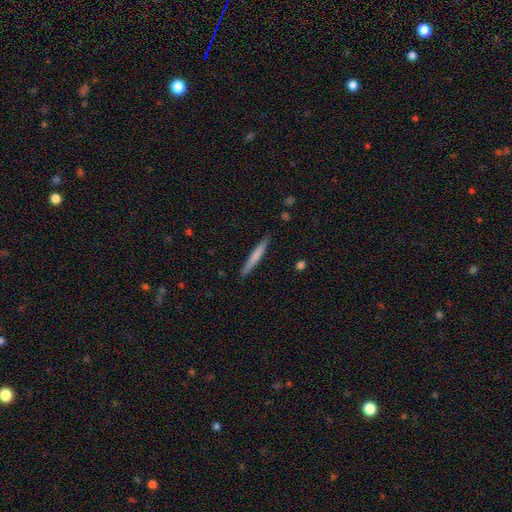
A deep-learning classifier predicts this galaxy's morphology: smooth_or_featured: smooth (p=0.68) [alt: featured or disk p=0.27]
how_rounded: cigar-shaped (p=0.96) [alt: in between p=0.03]
merging: none (p=0.90) [alt: minor disturbance p=0.08]